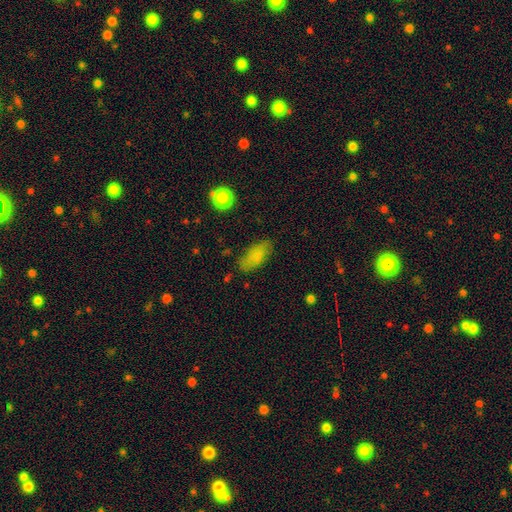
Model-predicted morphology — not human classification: type=smooth (80%); roundness=in between (85%); merging=none (76%).